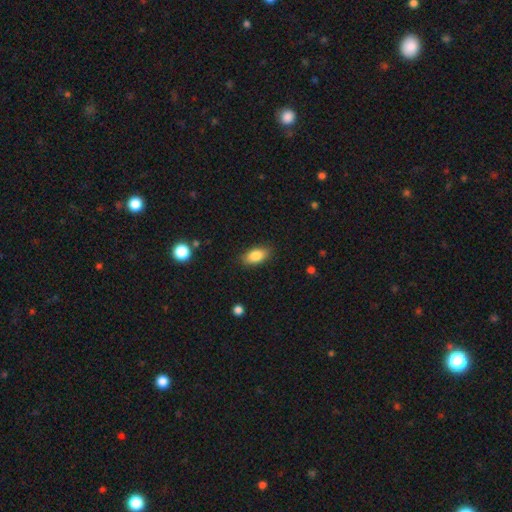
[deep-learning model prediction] Smooth or featured? Predicted: smooth (p=0.85). How rounded? Predicted: in between (p=0.90). Merging? Predicted: none (p=0.86).